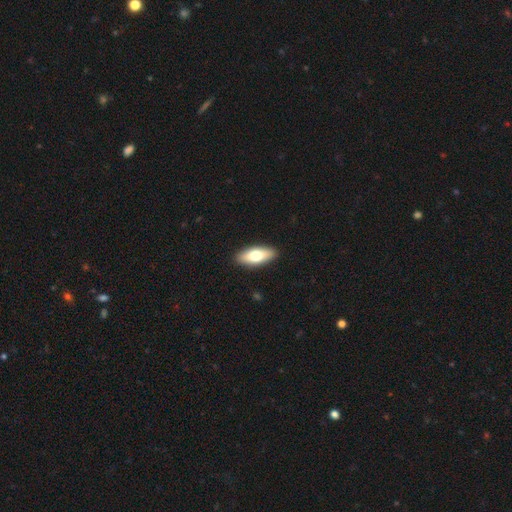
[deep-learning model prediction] Smooth or featured? Predicted: smooth (p=0.68). How rounded? Predicted: in between (p=0.74). Merging? Predicted: none (p=0.90).